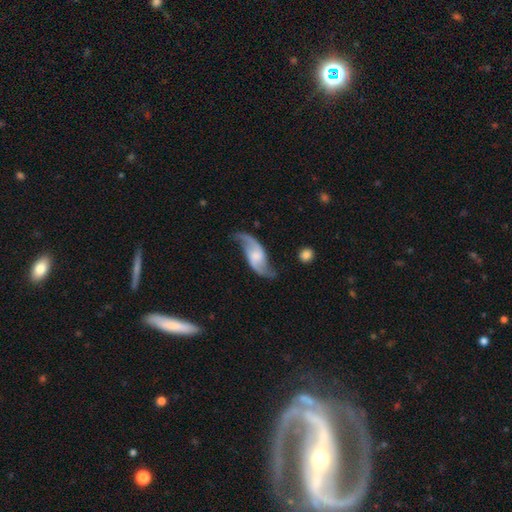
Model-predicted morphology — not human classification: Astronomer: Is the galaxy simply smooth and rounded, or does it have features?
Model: featured or disk — 85%.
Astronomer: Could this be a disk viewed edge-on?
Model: no — 95%.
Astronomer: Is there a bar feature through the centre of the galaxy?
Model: no — 44% (runner-up: weak, 43%).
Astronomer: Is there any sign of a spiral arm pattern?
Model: yes — 96%.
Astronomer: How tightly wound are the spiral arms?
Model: loose — 79%.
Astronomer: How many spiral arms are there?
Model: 2 — 93%.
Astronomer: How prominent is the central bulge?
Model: moderate — 33%, tied with small at 33%.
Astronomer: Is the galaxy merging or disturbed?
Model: none — 71%.